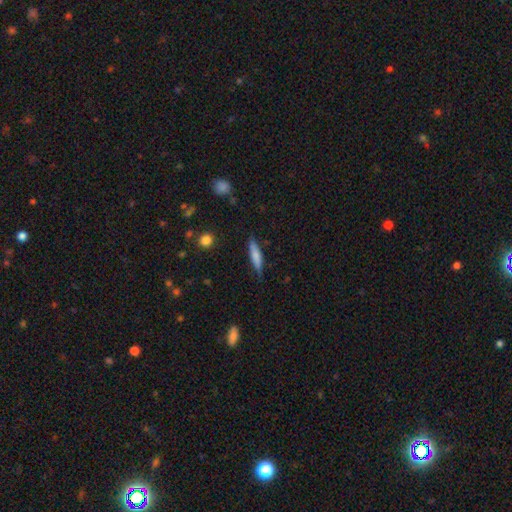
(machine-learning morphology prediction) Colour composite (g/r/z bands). It shows a smooth galaxy with no disk features (74%) that is cigar-shaped (79%). Merging: none (79%).